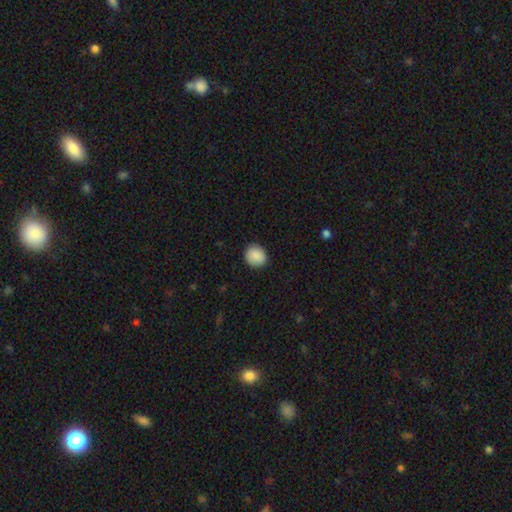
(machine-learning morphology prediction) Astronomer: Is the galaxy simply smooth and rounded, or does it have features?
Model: smooth — 89%.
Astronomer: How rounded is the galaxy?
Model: round — 77%.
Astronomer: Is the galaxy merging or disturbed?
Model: none — 89%.